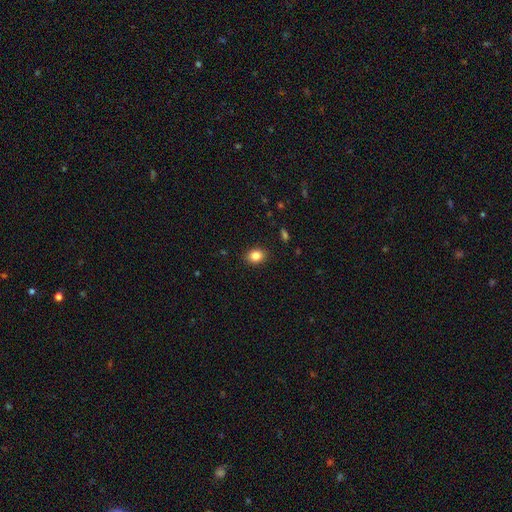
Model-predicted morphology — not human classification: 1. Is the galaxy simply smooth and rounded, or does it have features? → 85% smooth, 10% star or artifact, 5% featured or disk.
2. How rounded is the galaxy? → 51% in between, 48% round, 1% cigar-shaped.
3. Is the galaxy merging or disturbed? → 89% none, 8% minor disturbance, 2% major disturbance, 1% merger.